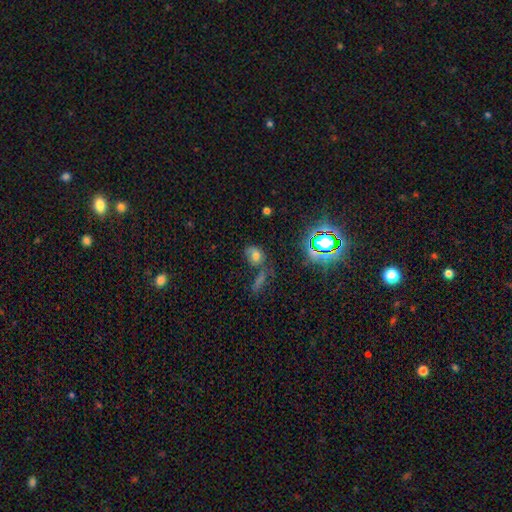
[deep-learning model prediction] smooth_or_featured: smooth (p=0.59) [alt: star or artifact p=0.25]
how_rounded: in between (p=0.57) [alt: round p=0.41]
merging: none (p=0.52) [alt: merger p=0.19]